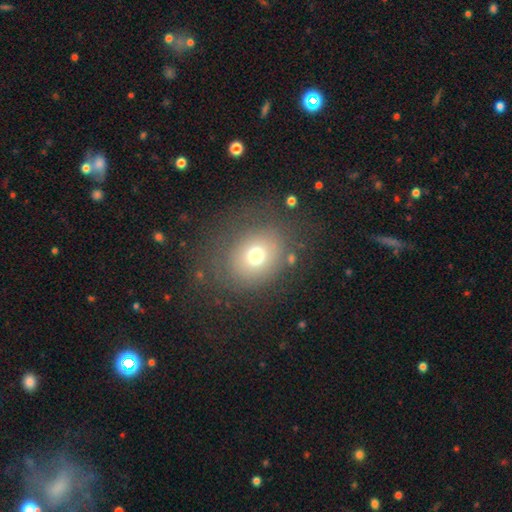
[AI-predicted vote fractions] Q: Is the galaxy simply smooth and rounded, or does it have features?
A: smooth — 69%.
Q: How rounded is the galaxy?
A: round — 68%.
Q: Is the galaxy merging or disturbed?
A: none — 72%.